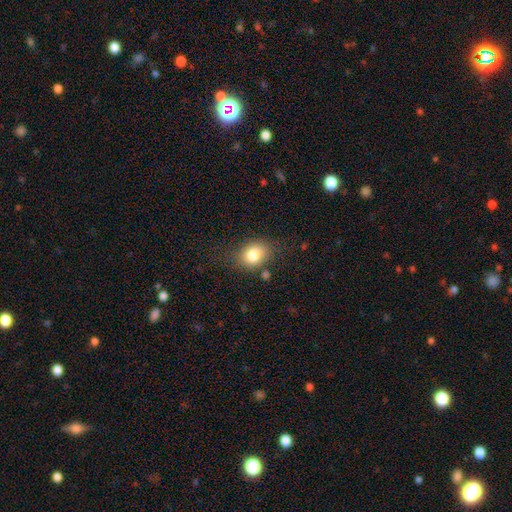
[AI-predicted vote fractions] A smooth galaxy with no disk features (79%) that is in between round and cigar-shaped (59%). Merging: none (74%).